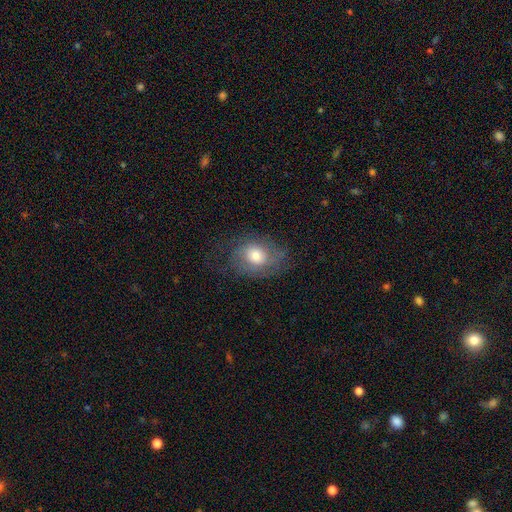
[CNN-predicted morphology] Smooth or featured? smooth (49%)
Merging? none (59%)